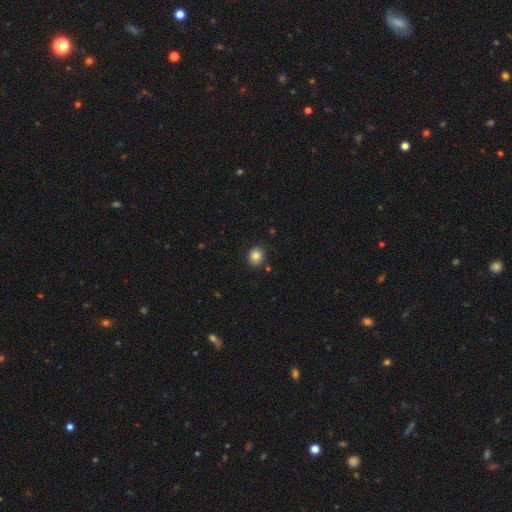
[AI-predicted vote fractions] Smooth or featured? Predicted: smooth (p=0.84). How rounded? Predicted: round (p=0.68). Merging? Predicted: none (p=0.86).